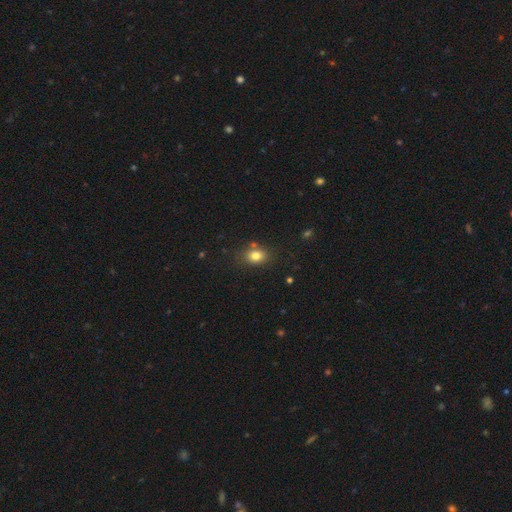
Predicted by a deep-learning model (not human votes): Smooth or featured? Predicted: smooth (p=0.80). How rounded? Predicted: in between (p=0.64). Merging? Predicted: none (p=0.76).